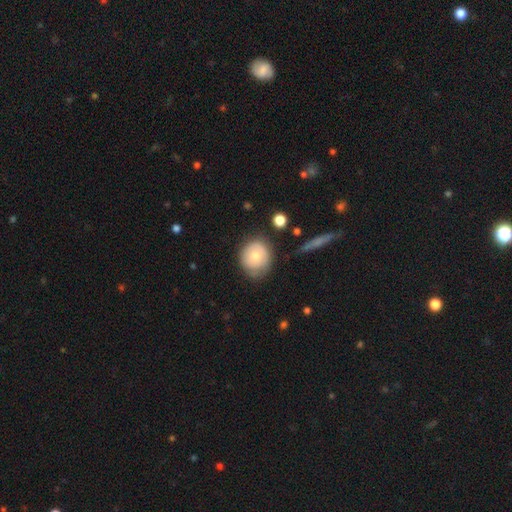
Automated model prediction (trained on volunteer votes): A smooth galaxy with no disk features (68%) that is round (84%). Merging: none (67%).